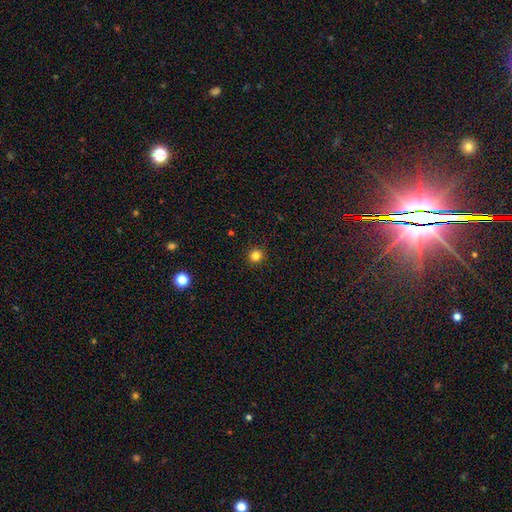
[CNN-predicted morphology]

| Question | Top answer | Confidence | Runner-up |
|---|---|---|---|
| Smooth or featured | smooth | 82% | star or artifact (14%) |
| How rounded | round | 92% | in between (7%) |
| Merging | none | 92% | minor disturbance (5%) |